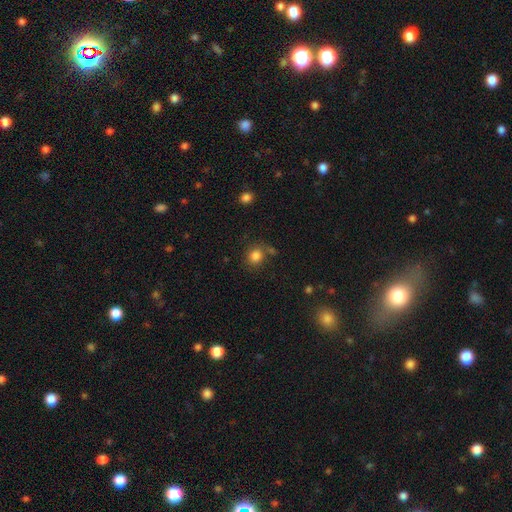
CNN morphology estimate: Smooth or featured? smooth (83%)
How rounded? round (80%)
Merging? none (72%)